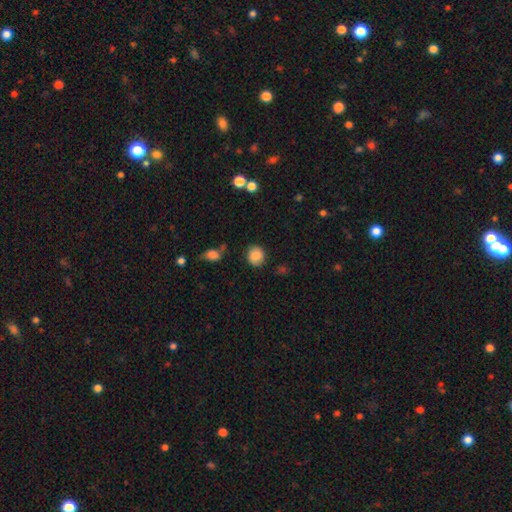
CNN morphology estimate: Overall: smooth (85%). How rounded: round (78%). Merging: none (83%).